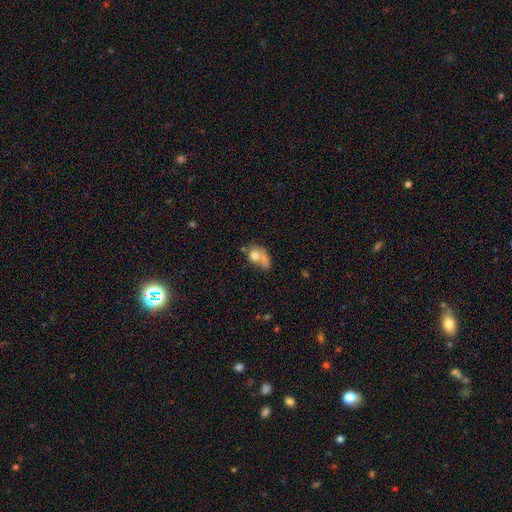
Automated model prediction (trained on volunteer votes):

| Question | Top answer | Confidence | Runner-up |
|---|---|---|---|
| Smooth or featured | smooth | 65% | featured or disk (25%) |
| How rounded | in between | 52% | round (45%) |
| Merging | merger | 42% | none (23%) |